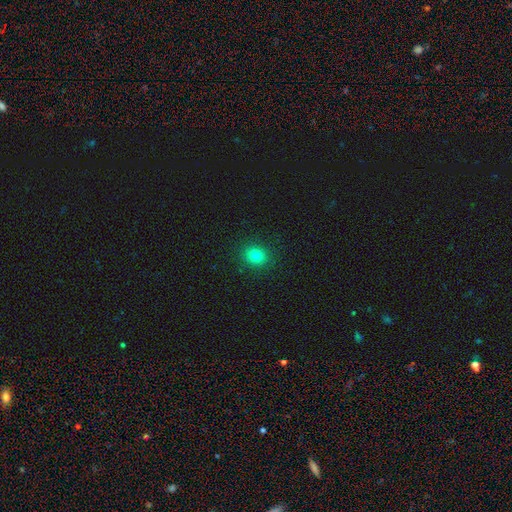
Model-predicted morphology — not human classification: This is likely a smooth galaxy (80%). How rounded: likely round (73%). Merging: clearly none (90%).